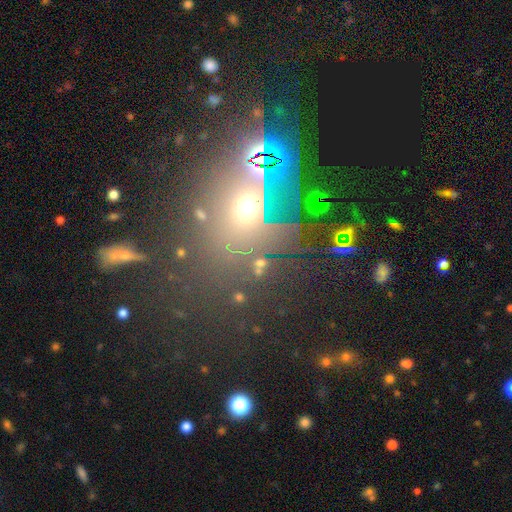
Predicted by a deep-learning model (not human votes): Smooth or featured? smooth (45%)
Merging? none (59%)